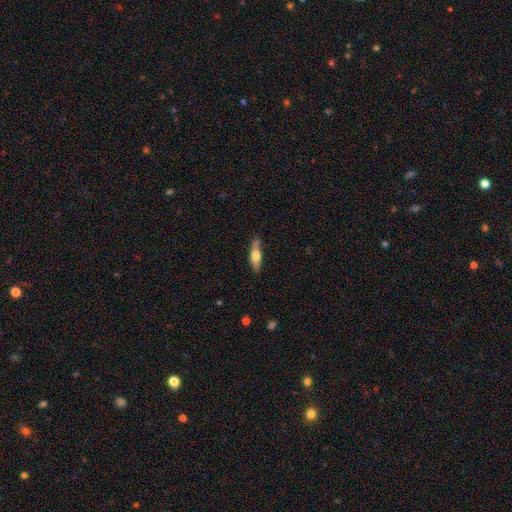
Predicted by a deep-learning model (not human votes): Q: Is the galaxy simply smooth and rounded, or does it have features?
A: smooth — 54%.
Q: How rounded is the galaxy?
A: cigar-shaped — 57%.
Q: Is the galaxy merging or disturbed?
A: none — 68%.